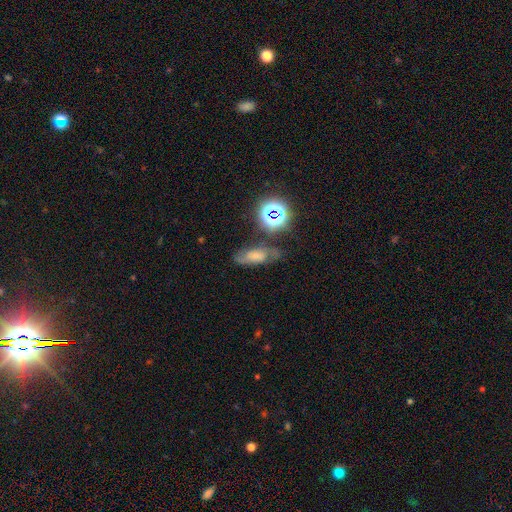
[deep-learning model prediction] smooth_or_featured: smooth (p=0.41) [tied with: featured or disk p=0.41]
merging: none (p=0.61) [alt: minor disturbance p=0.22]